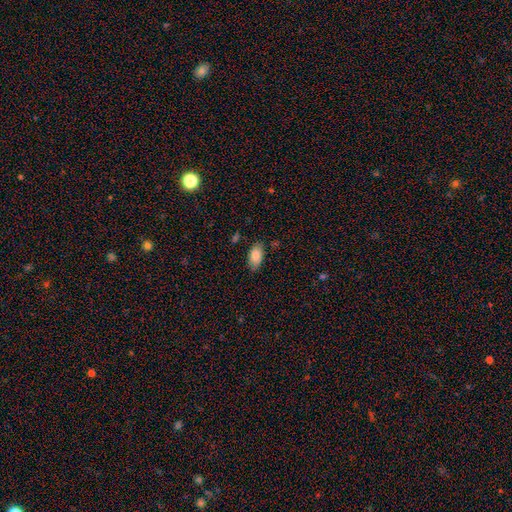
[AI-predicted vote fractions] Smooth or featured? Predicted: smooth (p=0.86). How rounded? Predicted: in between (p=0.92). Merging? Predicted: none (p=0.79).